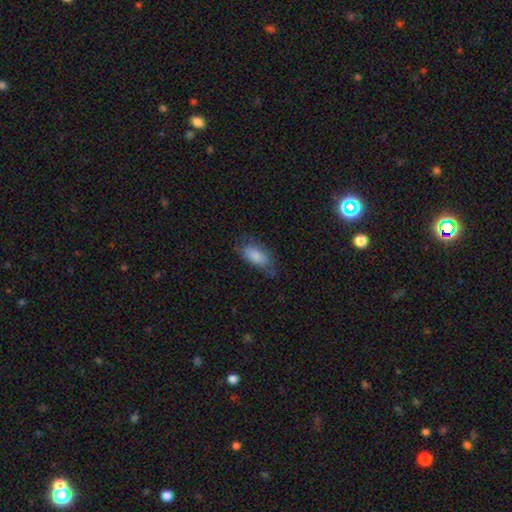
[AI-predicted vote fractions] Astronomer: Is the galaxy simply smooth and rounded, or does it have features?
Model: smooth — 78%.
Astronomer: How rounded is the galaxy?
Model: in between — 89%.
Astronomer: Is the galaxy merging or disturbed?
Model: none — 57%.